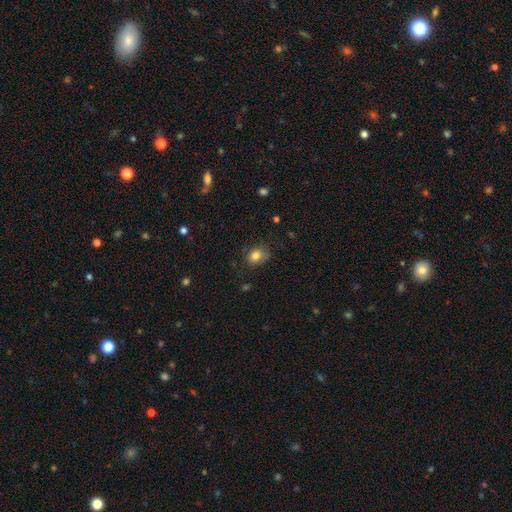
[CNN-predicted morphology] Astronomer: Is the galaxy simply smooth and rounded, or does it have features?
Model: smooth — 81%.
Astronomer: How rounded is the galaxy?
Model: in between — 55% (runner-up: round, 44%).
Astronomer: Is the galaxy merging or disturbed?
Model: none — 66%.